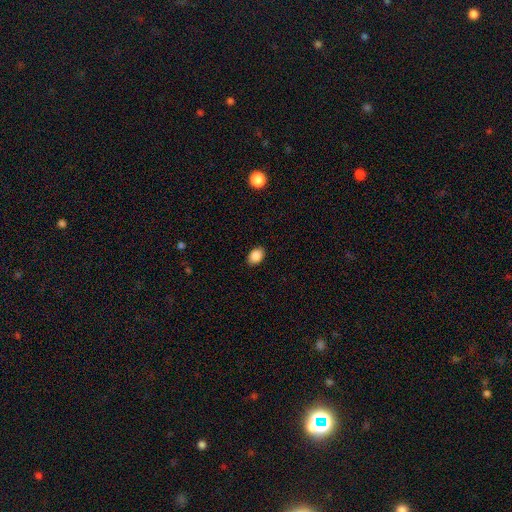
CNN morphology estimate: Smooth or featured? smooth (88%)
How rounded? in between (78%)
Merging? none (88%)